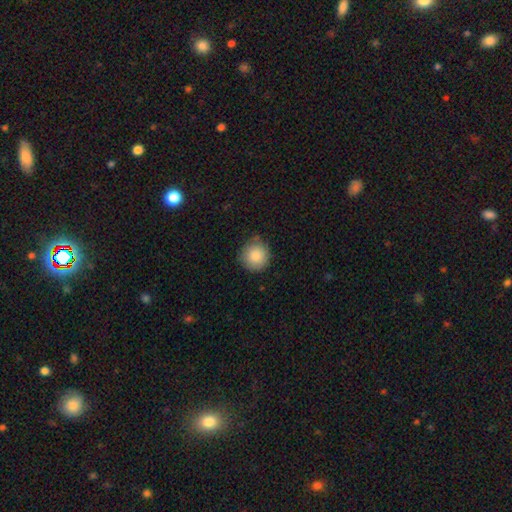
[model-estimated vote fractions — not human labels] The model was most divided on "merging": none: 81%, minor disturbance: 14%, major disturbance: 3%, merger: 2%. More confident: how rounded — round (94%); smooth or featured — smooth (87%).